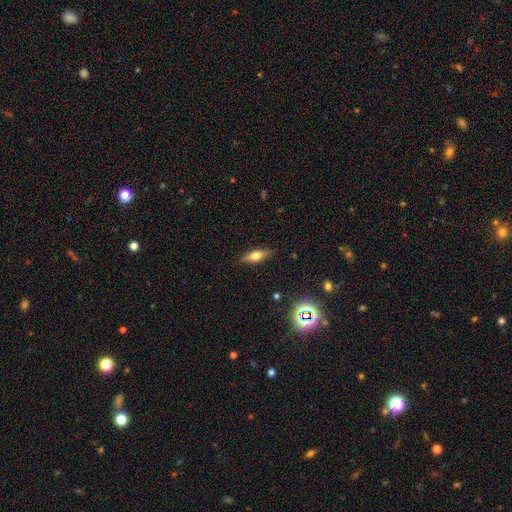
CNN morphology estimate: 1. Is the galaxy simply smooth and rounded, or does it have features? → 50% featured or disk, 41% smooth, 9% star or artifact.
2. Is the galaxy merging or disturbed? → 87% none, 9% minor disturbance, 2% major disturbance, 1% merger.